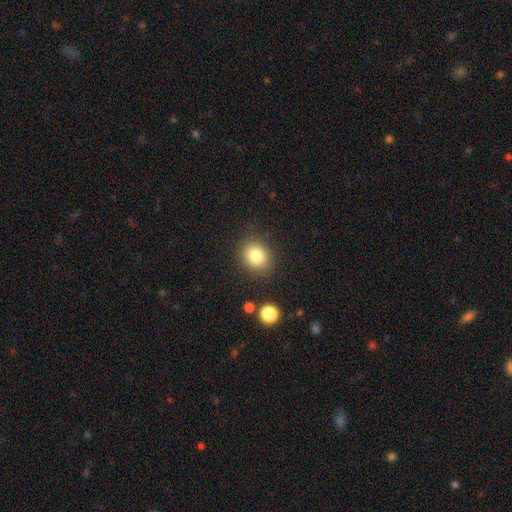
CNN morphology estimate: type=smooth (82%); roundness=round (62%); merging=none (84%).